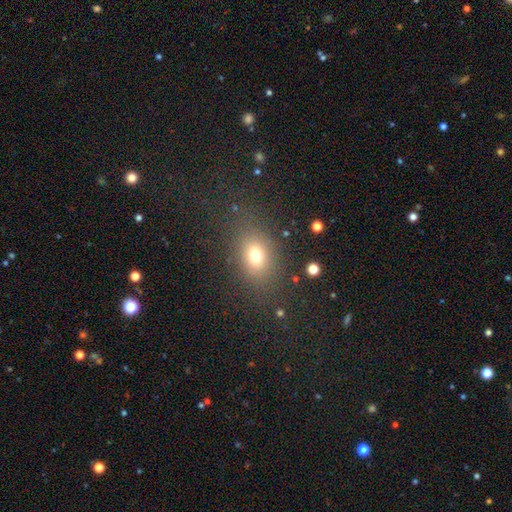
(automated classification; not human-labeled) Smooth or featured? Predicted: smooth (p=0.73). How rounded? Predicted: in between (p=0.67). Merging? Predicted: none (p=0.78).